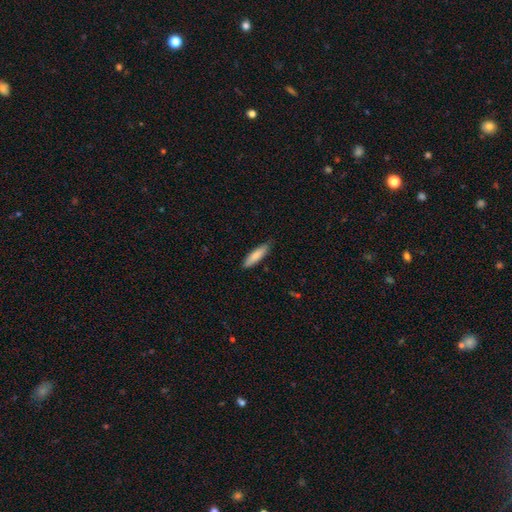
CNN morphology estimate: Smooth or featured? smooth (82%)
How rounded? cigar-shaped (67%)
Merging? none (85%)